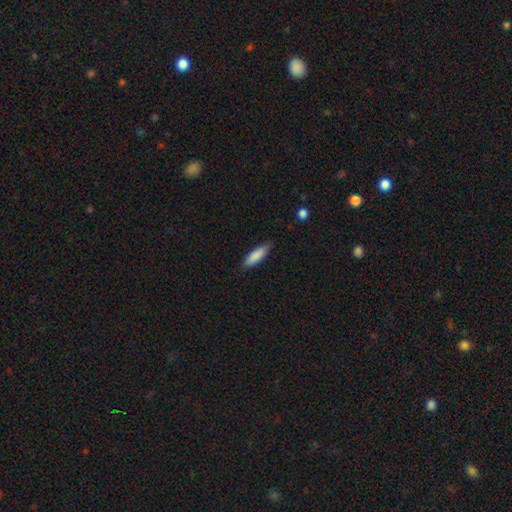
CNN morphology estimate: Q: Smooth or featured?
A: smooth (85%); runner-up: featured or disk (9%)
Q: How rounded?
A: cigar-shaped (61%); runner-up: in between (37%)
Q: Merging?
A: none (84%); runner-up: minor disturbance (13%)